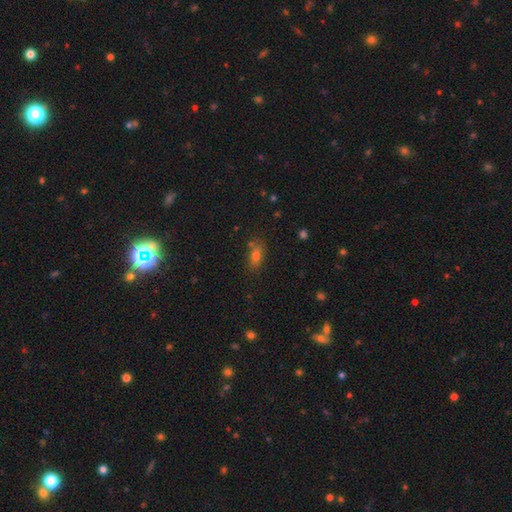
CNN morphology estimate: Smooth or featured? smooth (68%)
How rounded? in between (74%)
Merging? none (71%)